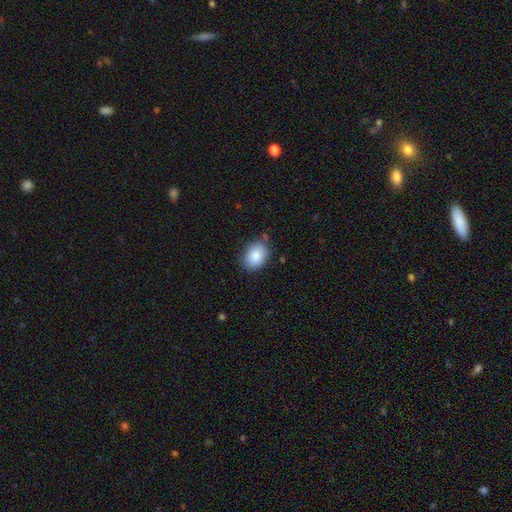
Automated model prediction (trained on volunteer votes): smooth_or_featured: smooth (p=0.86) [alt: star or artifact p=0.07]
how_rounded: in between (p=0.73) [alt: round p=0.26]
merging: none (p=0.78) [alt: minor disturbance p=0.17]